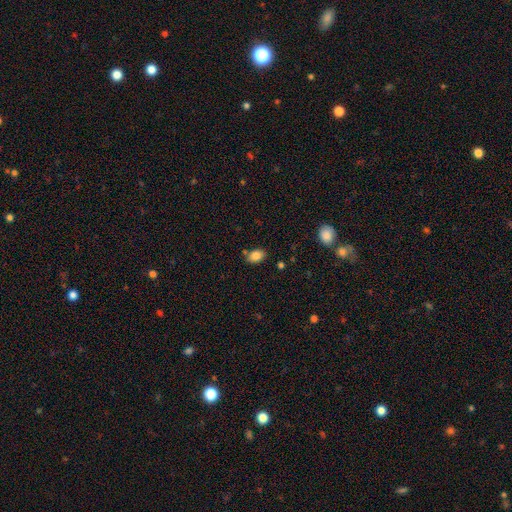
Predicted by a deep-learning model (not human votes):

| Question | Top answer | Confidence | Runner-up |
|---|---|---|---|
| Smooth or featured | smooth | 85% | star or artifact (9%) |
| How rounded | in between | 84% | round (15%) |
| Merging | none | 79% | minor disturbance (13%) |